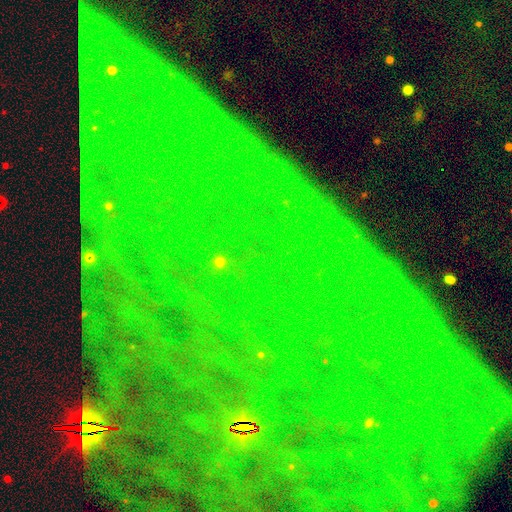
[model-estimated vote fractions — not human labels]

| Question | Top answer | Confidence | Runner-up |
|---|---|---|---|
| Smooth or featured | star or artifact | 84% | featured or disk (8%) |